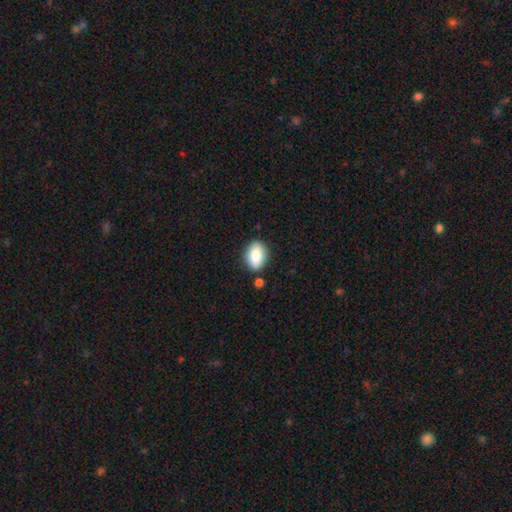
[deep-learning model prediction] Morphology: type=smooth (87%); roundness=in between (83%); merging=none (80%).